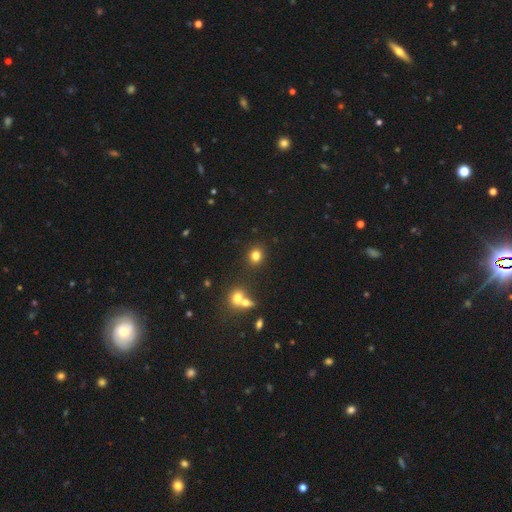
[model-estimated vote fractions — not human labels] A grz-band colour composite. It shows a smooth galaxy with no disk features (80%) that is round (79%). Merging: none (84%).